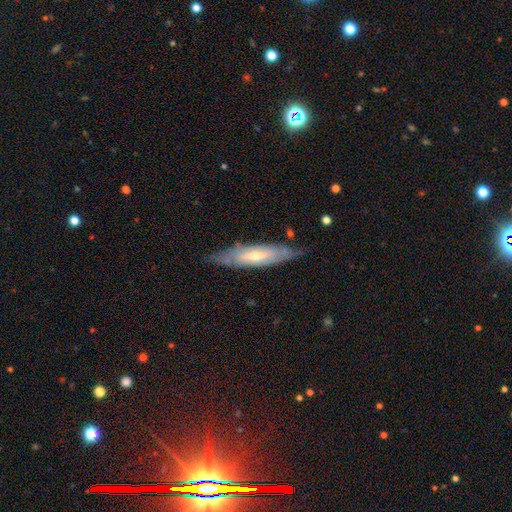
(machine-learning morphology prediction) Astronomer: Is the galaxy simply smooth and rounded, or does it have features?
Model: featured or disk — 65%.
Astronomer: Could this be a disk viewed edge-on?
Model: no — 56% (runner-up: yes, 44%).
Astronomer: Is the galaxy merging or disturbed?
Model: none — 73%.